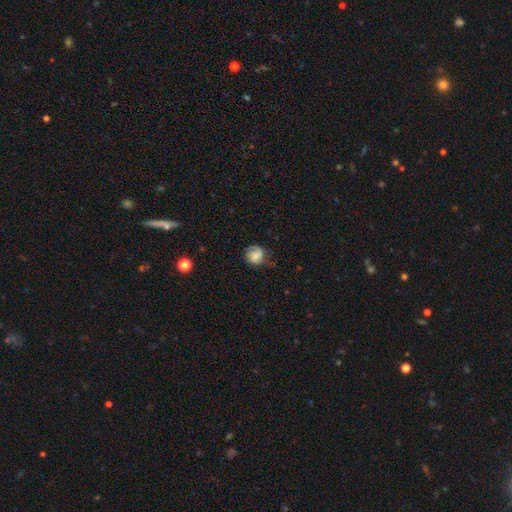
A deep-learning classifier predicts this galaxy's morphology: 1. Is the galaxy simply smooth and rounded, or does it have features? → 49% smooth, 41% featured or disk, 9% star or artifact.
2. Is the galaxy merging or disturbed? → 57% none, 26% minor disturbance, 15% major disturbance, 2% merger.